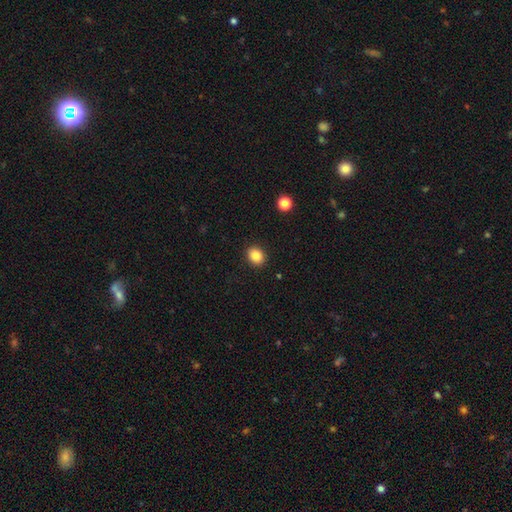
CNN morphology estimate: A smooth galaxy with no disk features (86%) that is round (54%).

Vote fractions:
- Smooth or featured? smooth: 86% / star or artifact: 10% / featured or disk: 4%
- How rounded? round: 54% / in between: 45% / cigar-shaped: 1%
- Merging? none: 91% / minor disturbance: 6% / major disturbance: 2% / merger: 1%